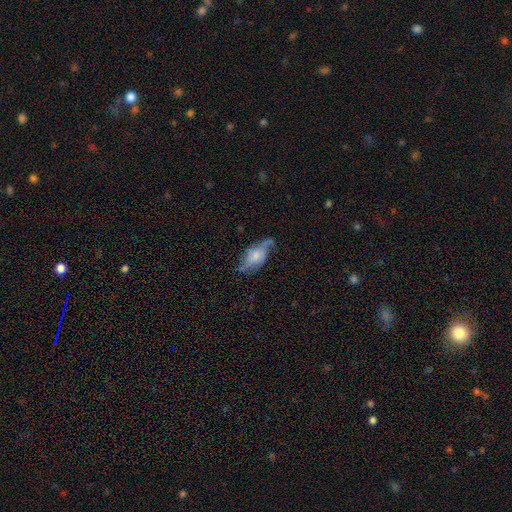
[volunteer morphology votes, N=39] Overall: featured or disk (51%; smooth 38%). Edge-on disk: no (85%). Bar: weak (47%; no 35%). Spiral arms: yes (82%). Spiral arm count: 2 (79%). Spiral winding: loose (71%). Bulge size: moderate (53%; small 29%). Merging: none (63%).